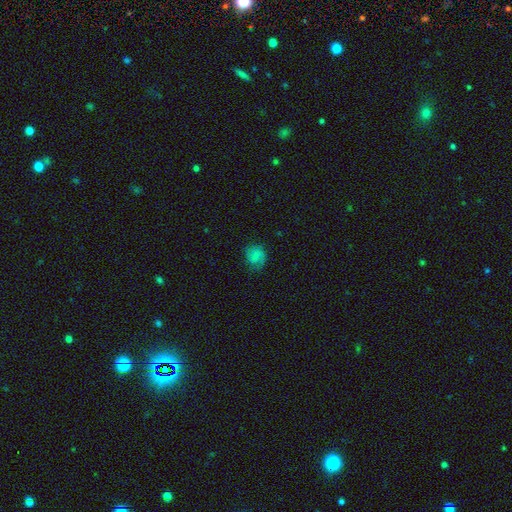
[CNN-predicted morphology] smooth_or_featured: smooth (p=0.70) [alt: featured or disk p=0.17]
how_rounded: round (p=0.70) [alt: in between p=0.29]
merging: none (p=0.63) [alt: minor disturbance p=0.25]